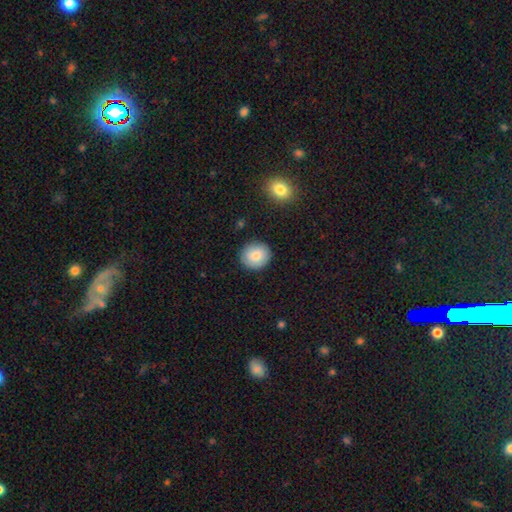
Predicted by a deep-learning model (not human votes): smooth_or_featured: smooth (p=0.81) [alt: featured or disk p=0.11]
how_rounded: round (p=0.87) [alt: in between p=0.12]
merging: none (p=0.89) [alt: minor disturbance p=0.08]